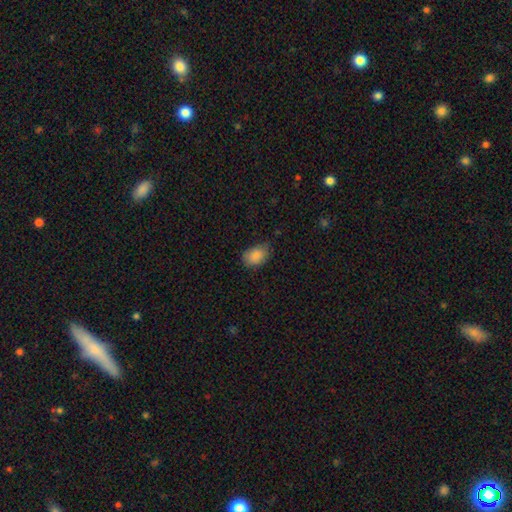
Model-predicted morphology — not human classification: type=smooth (87%); roundness=in between (84%); merging=none (68%).